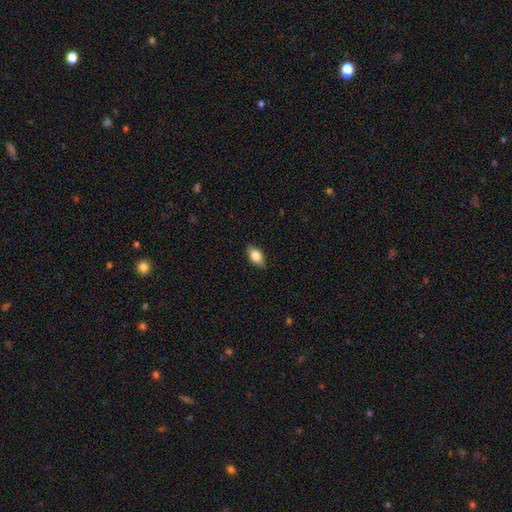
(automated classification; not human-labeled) smooth 77%, featured or disk 16%, star or artifact 7%. Down the decision tree: how rounded — in between (88%); merging — none (86%).